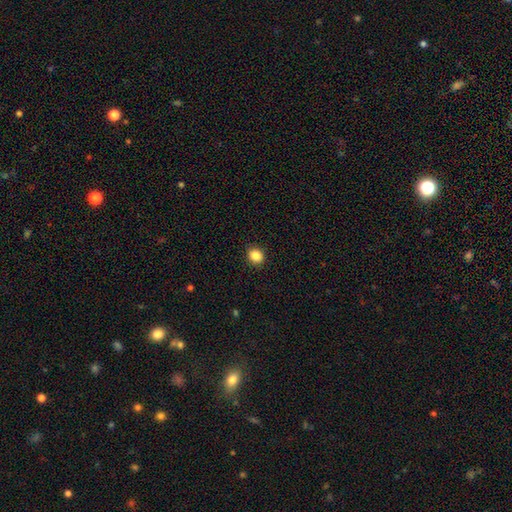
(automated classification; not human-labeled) Smooth or featured? smooth (86%)
How rounded? round (76%)
Merging? none (90%)